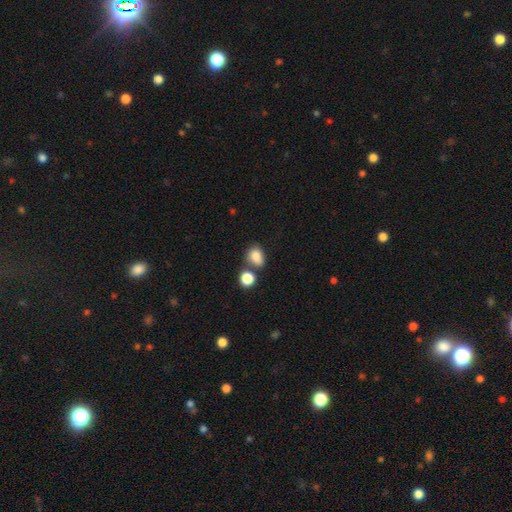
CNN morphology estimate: This is clearly a smooth galaxy (82%). How rounded: possibly in between (58%). Merging: possibly none (52%).